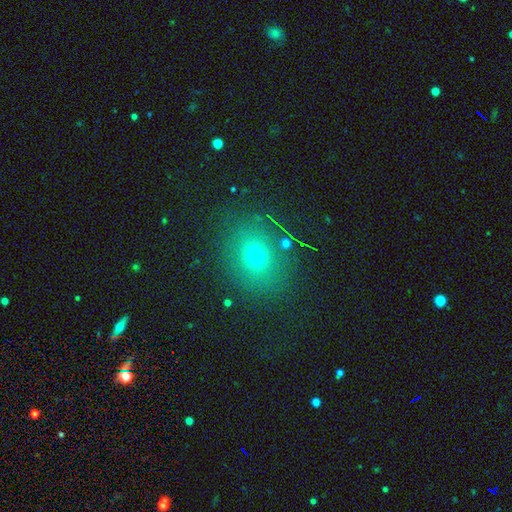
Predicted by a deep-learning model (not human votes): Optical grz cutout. It shows a smooth galaxy with no disk features (66%) that is round (63%). Merging: none (84%).